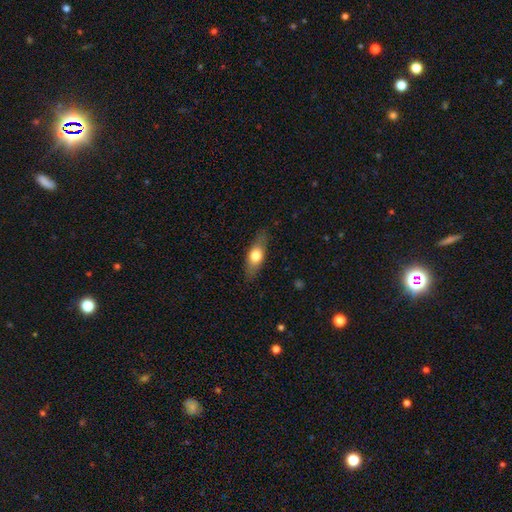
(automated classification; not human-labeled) The model was most divided on "smooth or featured": smooth: 64%, featured or disk: 30%, star or artifact: 6%. More confident: merging — none (82%); how rounded — in between (66%).